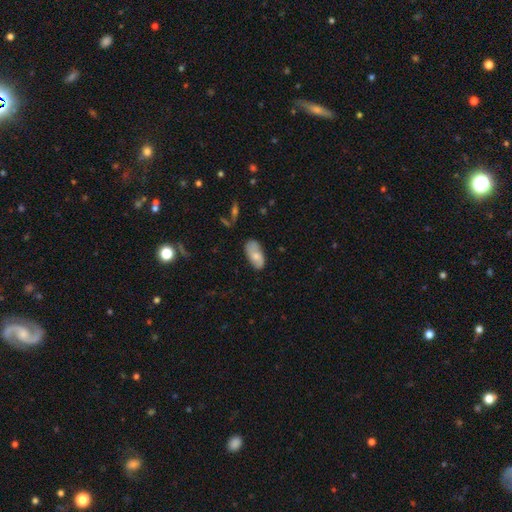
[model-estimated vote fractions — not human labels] This is likely a smooth galaxy (66%). How rounded: clearly in between (92%). Merging: likely none (70%).